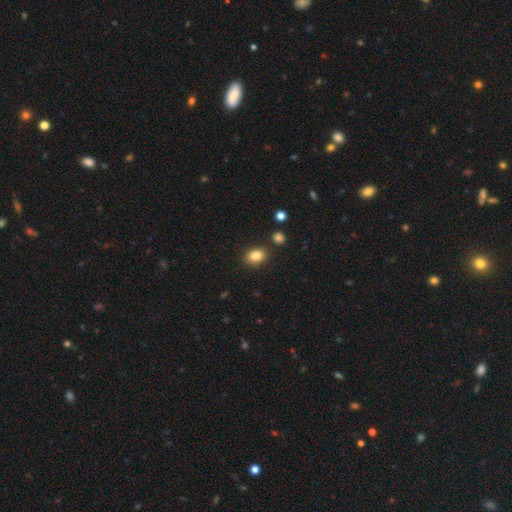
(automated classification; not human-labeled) This appears to be a smooth galaxy with no disk features (84%) that is in between round and cigar-shaped (58%). Merging: none (83%).